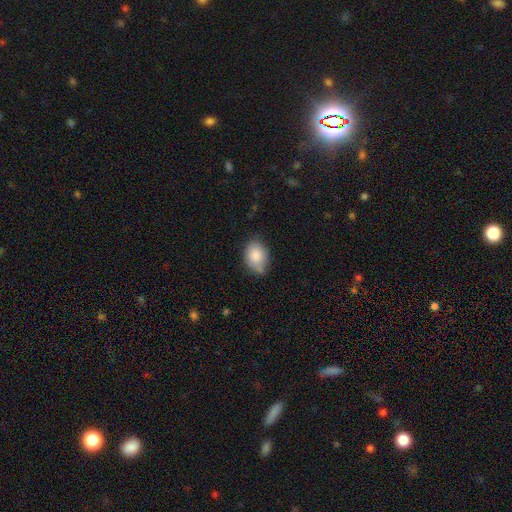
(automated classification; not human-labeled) A smooth galaxy with no disk features (84%) that is in between round and cigar-shaped (74%). Merging: none (58%).